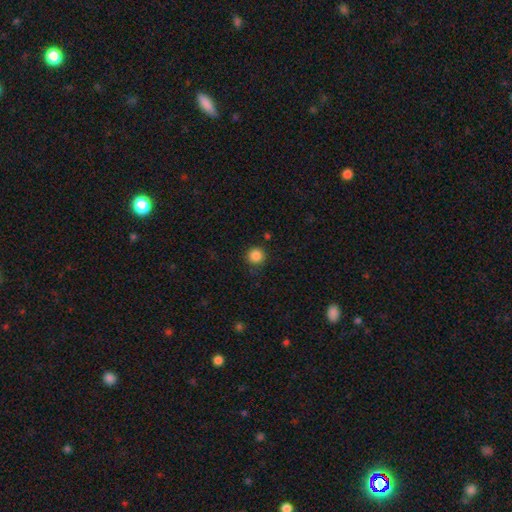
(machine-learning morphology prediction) smooth-or-featured: smooth: 86% | star or artifact: 11% | featured or disk: 3%
  how-rounded: round: 94% | in between: 5% | cigar-shaped: 1%
  merging: none: 88% | minor disturbance: 7% | major disturbance: 3% | merger: 2%